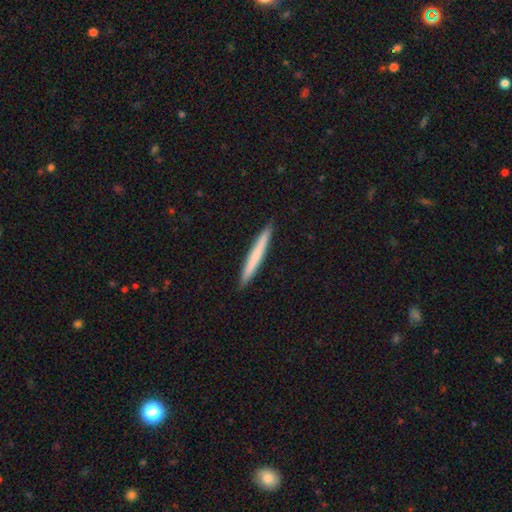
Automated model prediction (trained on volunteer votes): A smooth galaxy with no disk features (66%) that is cigar-shaped (97%). Merging: none (92%).